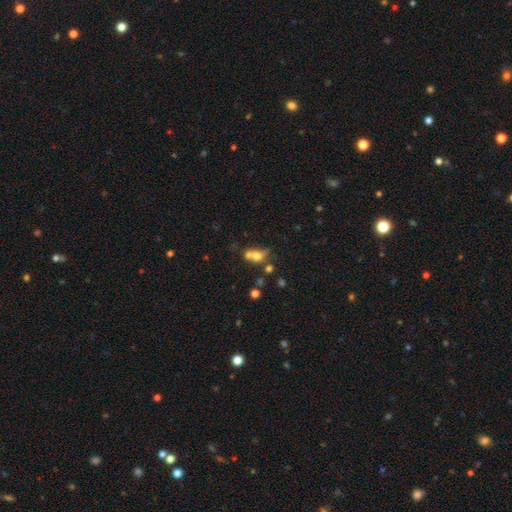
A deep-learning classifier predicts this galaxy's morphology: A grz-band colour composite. It shows a smooth galaxy with no disk features (67%) that is in between round and cigar-shaped (51%). Merging: merger (54%).